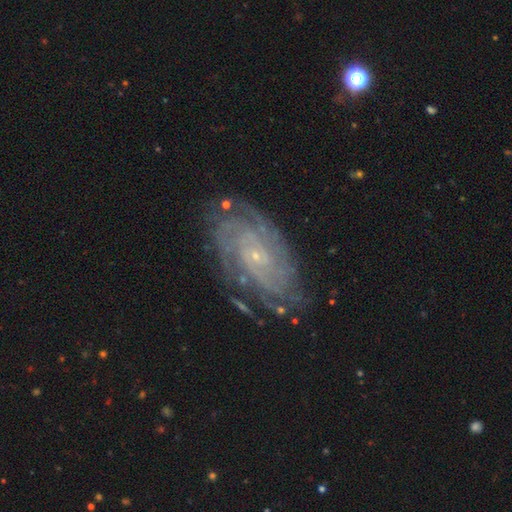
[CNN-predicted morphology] This appears to be a featured or disk galaxy (87%) with no bar (71%), tight (75%) spiral arms (97%) and a small central bulge (87%). Merging: none (76%).